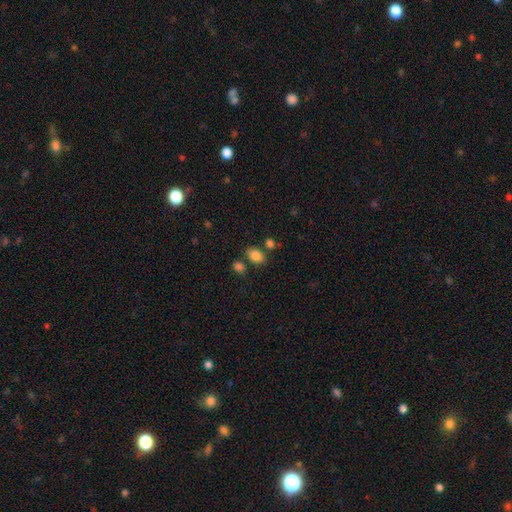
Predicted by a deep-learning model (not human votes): smooth-or-featured: smooth: 84% | star or artifact: 10% | featured or disk: 6%
  how-rounded: in between: 74% | round: 25% | cigar-shaped: 1%
  merging: none: 73% | minor disturbance: 12% | merger: 11% | major disturbance: 4%